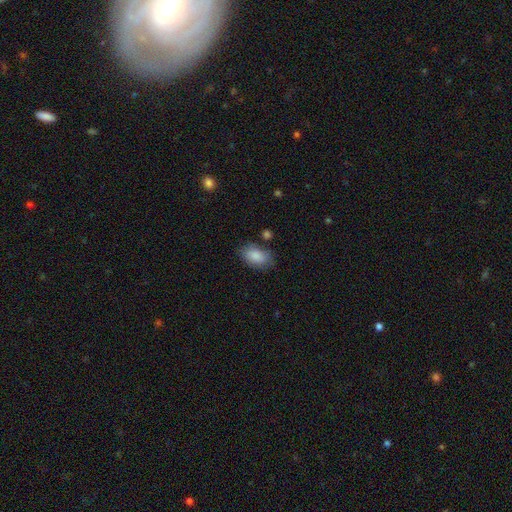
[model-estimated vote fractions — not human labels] A smooth galaxy with no disk features (88%) that is in between round and cigar-shaped (91%).

Vote fractions:
- Smooth or featured? smooth: 88% / star or artifact: 7% / featured or disk: 6%
- How rounded? in between: 91% / round: 7% / cigar-shaped: 2%
- Merging? none: 75% / minor disturbance: 17% / major disturbance: 4% / merger: 4%